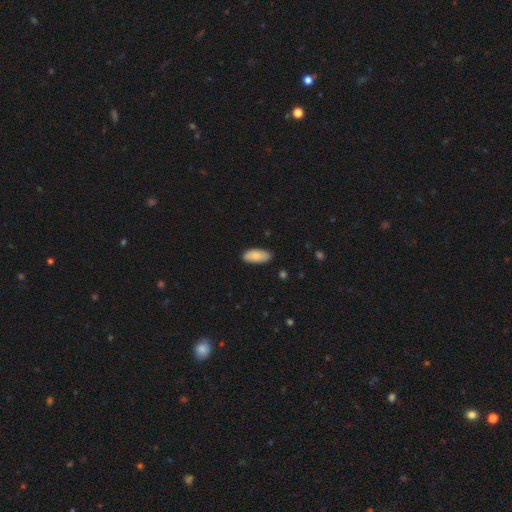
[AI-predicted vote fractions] Morphology: type=smooth (84%); roundness=in between (89%); merging=none (83%).